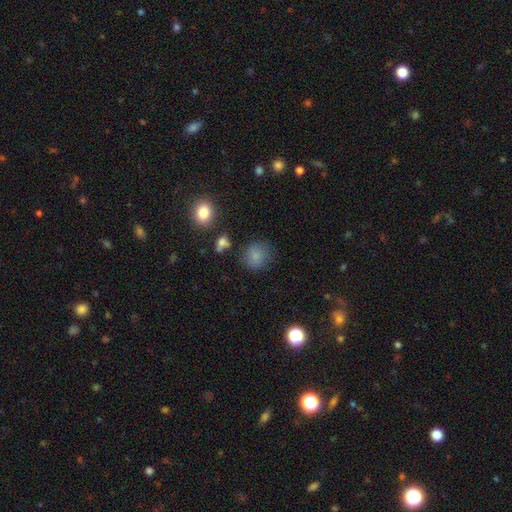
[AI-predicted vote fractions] smooth-or-featured: smooth: 82% | star or artifact: 12% | featured or disk: 7%
  how-rounded: round: 82% | in between: 17% | cigar-shaped: 1%
  merging: none: 75% | minor disturbance: 15% | major disturbance: 5% | merger: 4%